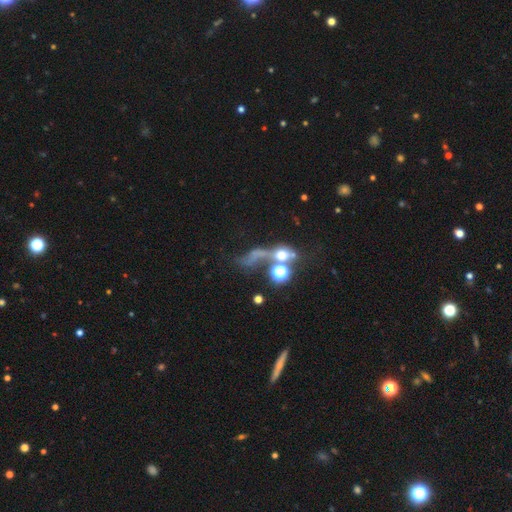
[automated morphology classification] Smooth or featured: smooth — 39% (featured or disk — 35%)
Merging: major disturbance — 33% (merger — 30%)